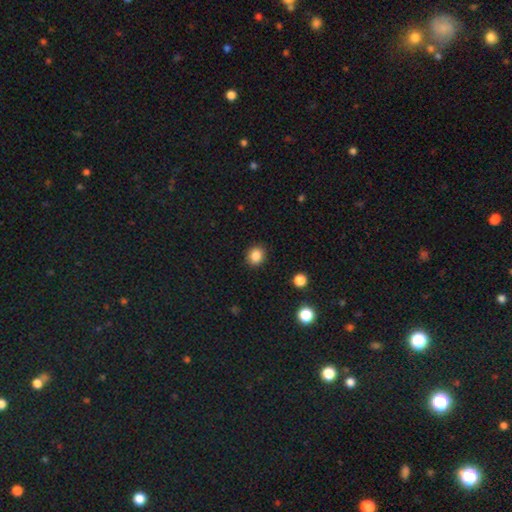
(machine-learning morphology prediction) Smooth or featured?
  - smooth: 85% *
  - star or artifact: 11%
  - featured or disk: 4%
How rounded?
  - round: 74% *
  - in between: 26%
  - cigar-shaped: 1%
Merging?
  - none: 90% *
  - minor disturbance: 6%
  - major disturbance: 2%
  - merger: 1%